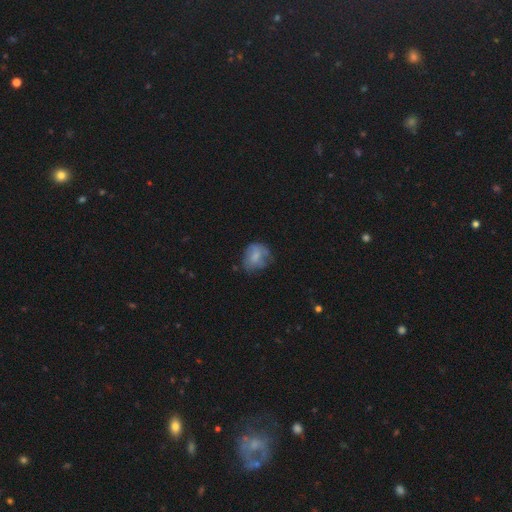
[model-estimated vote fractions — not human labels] Smooth or featured?
  - smooth: 65% *
  - featured or disk: 26%
  - star or artifact: 9%
How rounded?
  - round: 61% *
  - in between: 38%
  - cigar-shaped: 1%
Merging?
  - none: 49% *
  - minor disturbance: 31%
  - major disturbance: 17%
  - merger: 3%